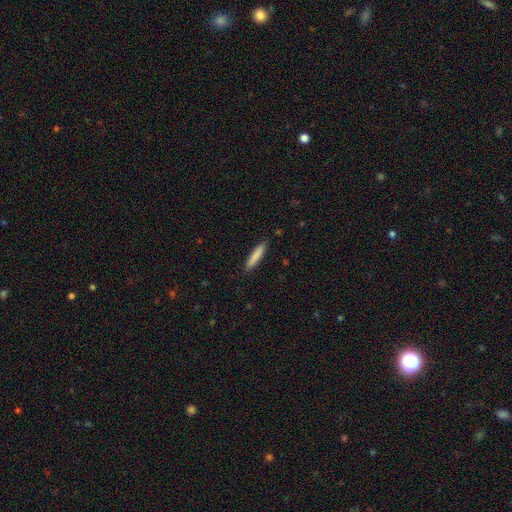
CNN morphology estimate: type=smooth (84%); roundness=cigar-shaped (88%); merging=none (89%).